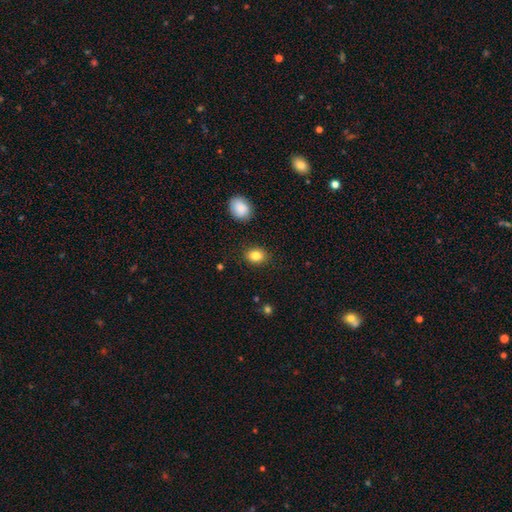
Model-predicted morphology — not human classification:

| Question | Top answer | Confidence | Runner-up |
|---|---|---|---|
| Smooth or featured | smooth | 84% | star or artifact (10%) |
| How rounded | in between | 52% | round (47%) |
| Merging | none | 88% | minor disturbance (8%) |